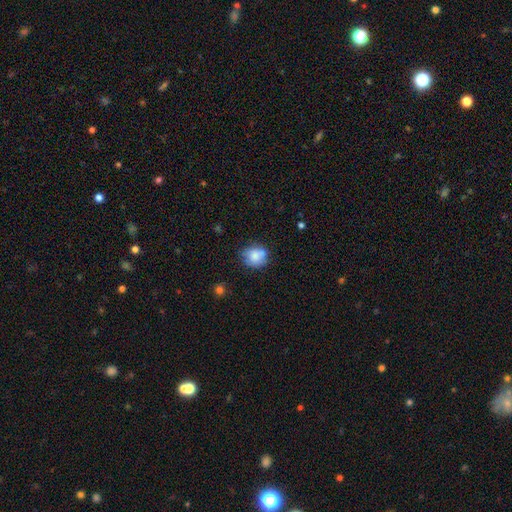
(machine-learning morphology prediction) Smooth or featured? smooth (78%)
How rounded? round (75%)
Merging? none (65%)